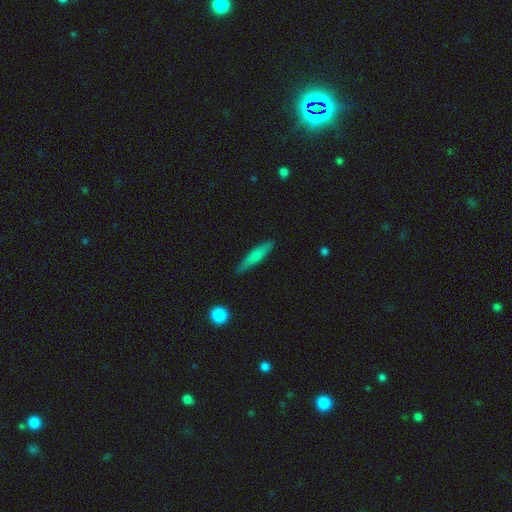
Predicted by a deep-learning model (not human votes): Q: Smooth or featured?
A: smooth (65%); runner-up: featured or disk (30%)
Q: How rounded?
A: cigar-shaped (83%); runner-up: in between (15%)
Q: Merging?
A: none (85%); runner-up: minor disturbance (12%)